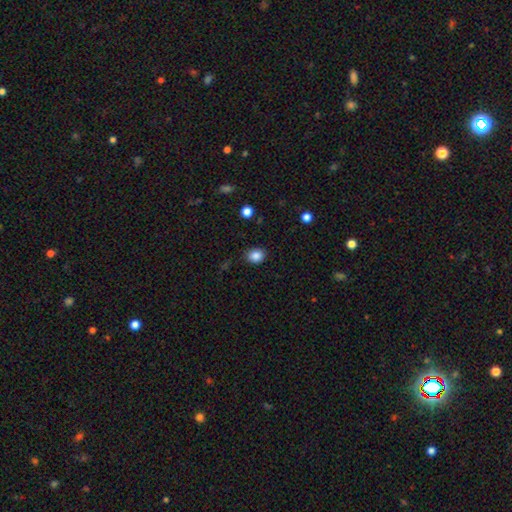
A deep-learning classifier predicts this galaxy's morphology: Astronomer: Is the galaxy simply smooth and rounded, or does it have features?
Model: smooth — 86%.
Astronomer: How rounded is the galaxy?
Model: round — 62%.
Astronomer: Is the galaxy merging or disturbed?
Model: none — 87%.